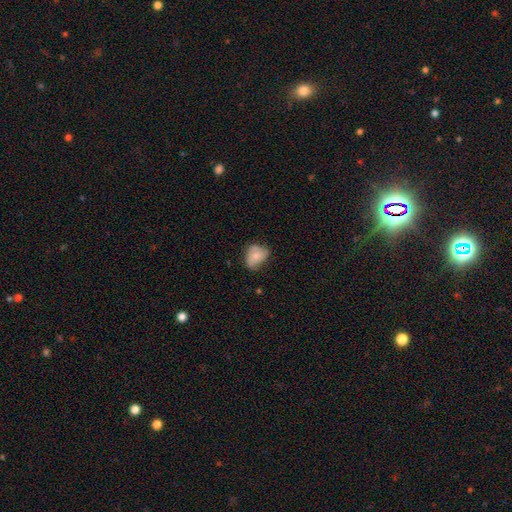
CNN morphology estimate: smooth 57%, featured or disk 35%, star or artifact 8%. Down the decision tree: how rounded — in between (60%); merging — none (47%).